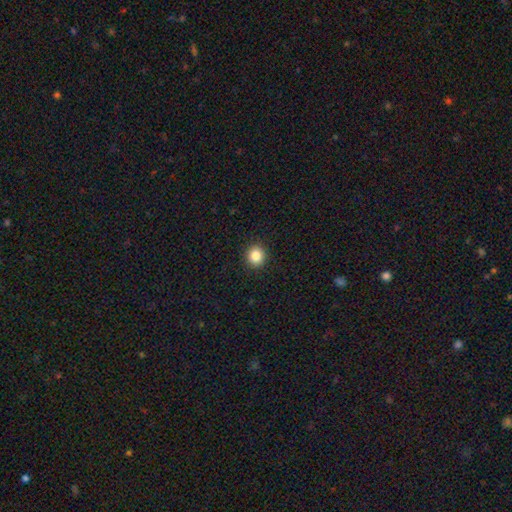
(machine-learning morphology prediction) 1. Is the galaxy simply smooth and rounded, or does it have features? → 85% smooth, 10% star or artifact, 4% featured or disk.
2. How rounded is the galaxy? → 89% round, 10% in between, 1% cigar-shaped.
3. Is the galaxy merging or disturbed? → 92% none, 5% minor disturbance, 2% major disturbance, 1% merger.